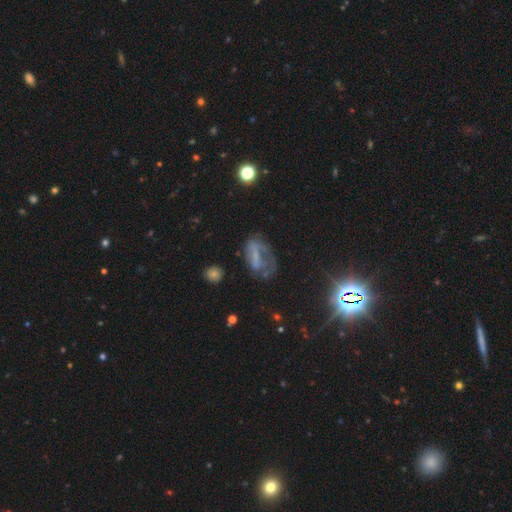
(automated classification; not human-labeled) This is possibly a featured or disk galaxy (46%). Merging: marginally none (37%).